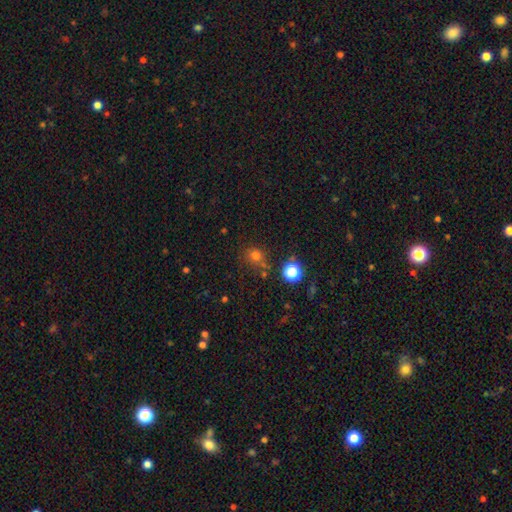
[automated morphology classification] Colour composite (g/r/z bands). It shows a smooth galaxy with no disk features (70%) that is round (83%). Merging: none (72%).